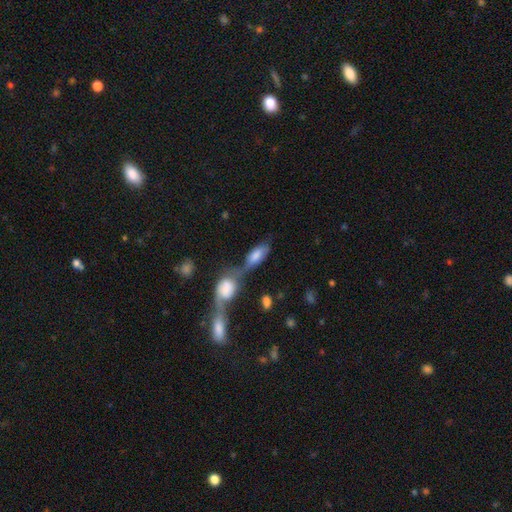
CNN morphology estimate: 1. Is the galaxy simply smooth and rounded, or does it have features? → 61% smooth, 30% featured or disk, 9% star or artifact.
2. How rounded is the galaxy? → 82% in between, 13% cigar-shaped, 5% round.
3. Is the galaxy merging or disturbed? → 61% merger, 18% none, 10% major disturbance, 10% minor disturbance.